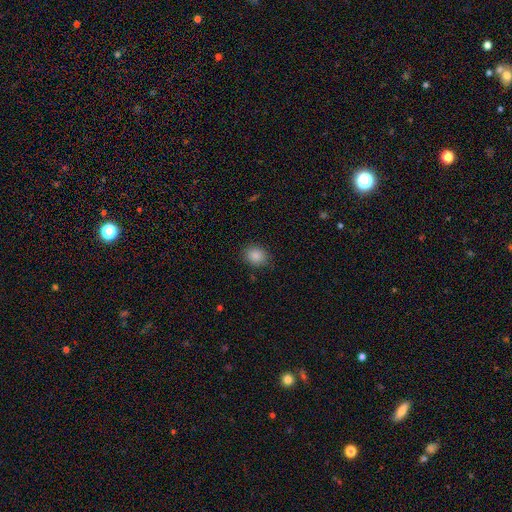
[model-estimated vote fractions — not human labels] smooth 87%, star or artifact 9%, featured or disk 4%. Down the decision tree: how rounded — round (56%); merging — none (86%).